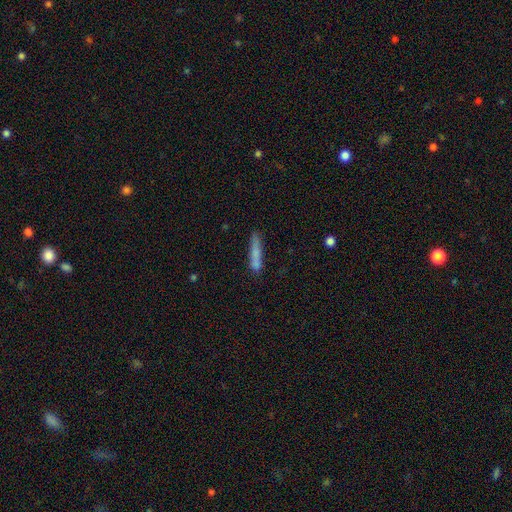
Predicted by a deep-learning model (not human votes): Smooth or featured? Predicted: smooth (p=0.71). How rounded? Predicted: cigar-shaped (p=0.91). Merging? Predicted: none (p=0.71).